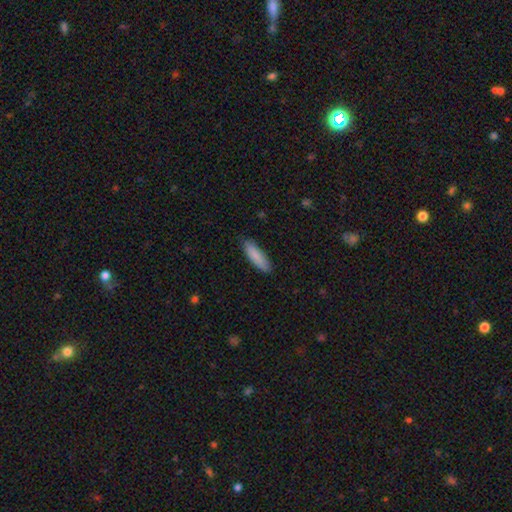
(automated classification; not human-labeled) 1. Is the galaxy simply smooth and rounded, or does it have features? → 86% smooth, 8% featured or disk, 6% star or artifact.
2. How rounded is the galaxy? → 55% cigar-shaped, 43% in between, 1% round.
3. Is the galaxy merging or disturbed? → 84% none, 13% minor disturbance, 2% major disturbance, 1% merger.